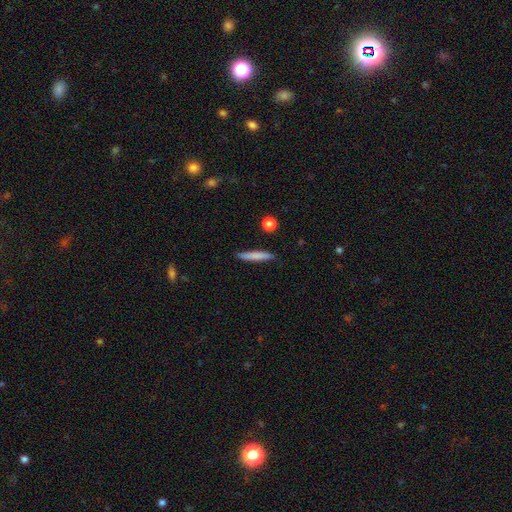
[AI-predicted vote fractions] Smooth or featured? Predicted: smooth (p=0.75). How rounded? Predicted: cigar-shaped (p=0.93). Merging? Predicted: none (p=0.87).